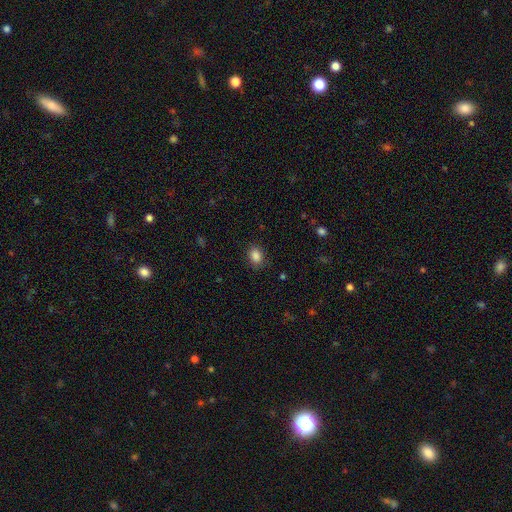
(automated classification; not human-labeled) This appears to be a smooth galaxy with no disk features (87%) that is in between round and cigar-shaped (68%). Merging: none (85%).